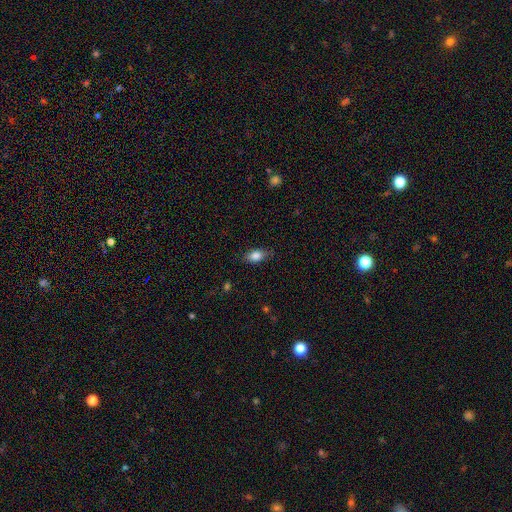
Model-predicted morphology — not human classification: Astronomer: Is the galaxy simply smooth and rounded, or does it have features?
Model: smooth — 84%.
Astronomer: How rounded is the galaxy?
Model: in between — 86%.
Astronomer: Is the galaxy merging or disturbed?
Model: none — 79%.